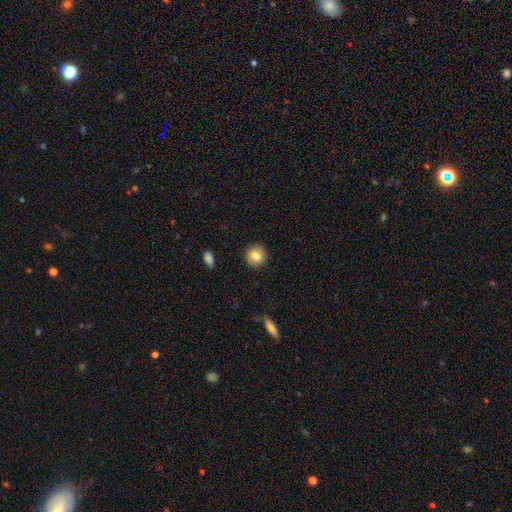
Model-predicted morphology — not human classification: Smooth or featured: smooth — 83% (star or artifact — 9%)
How rounded: round — 88% (in between — 11%)
Merging: none — 91% (minor disturbance — 6%)